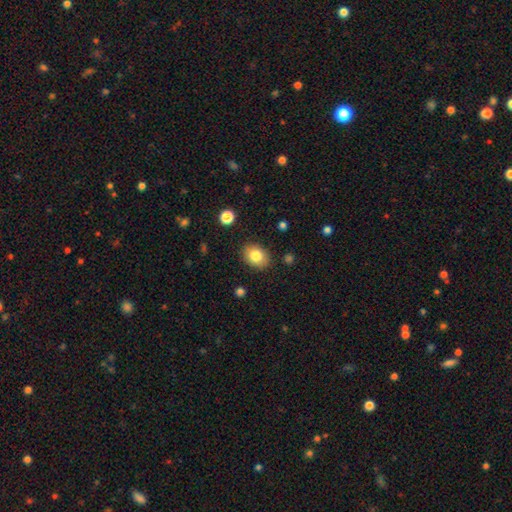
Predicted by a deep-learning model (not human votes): Overall: smooth (83%). How rounded: in between (63%; round 36%). Merging: none (86%).